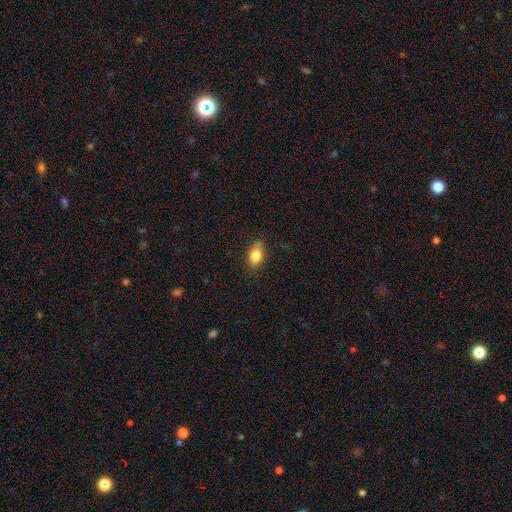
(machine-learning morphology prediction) smooth 82%, star or artifact 9%, featured or disk 9%. Down the decision tree: how rounded — in between (80%); merging — none (73%).